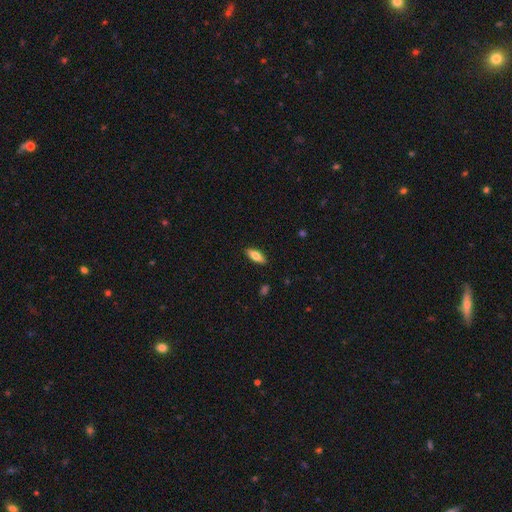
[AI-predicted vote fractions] Smooth or featured: smooth — 73% (featured or disk — 21%)
How rounded: in between — 70% (cigar-shaped — 28%)
Merging: none — 89% (minor disturbance — 8%)